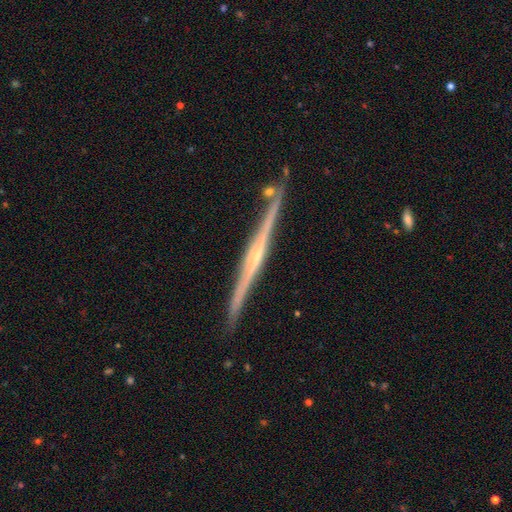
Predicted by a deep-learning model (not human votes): smooth_or_featured: featured or disk (p=0.85) [alt: smooth p=0.10]
disk_edge_on: yes (p=0.98) [alt: no p=0.02]
edge_on_bulge: rounded (p=0.65) [alt: none p=0.26]
merging: none (p=0.88) [alt: minor disturbance p=0.08]